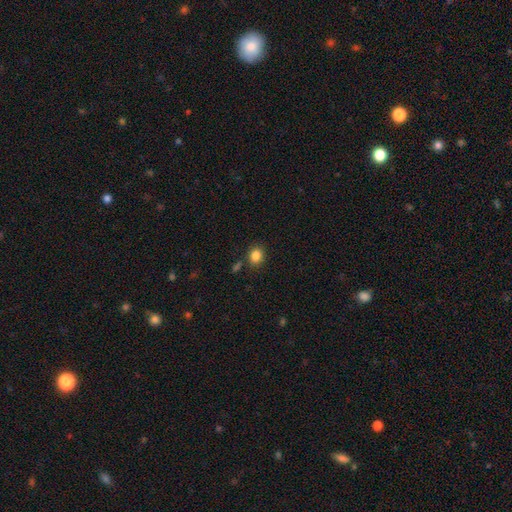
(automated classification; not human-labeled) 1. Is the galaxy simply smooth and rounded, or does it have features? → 85% smooth, 11% star or artifact, 4% featured or disk.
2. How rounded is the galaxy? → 64% round, 35% in between, 1% cigar-shaped.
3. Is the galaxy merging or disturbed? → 81% none, 11% minor disturbance, 5% merger, 3% major disturbance.